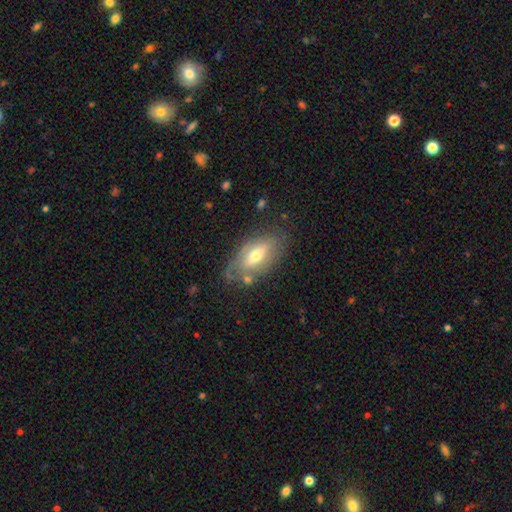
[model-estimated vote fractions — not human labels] Overall: featured or disk (47%; smooth 45%). Merging: none (67%).